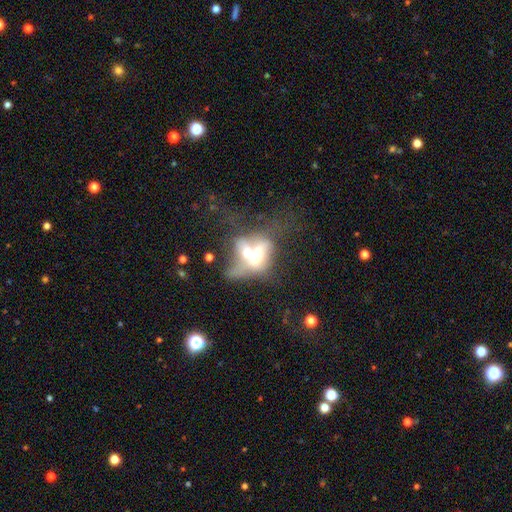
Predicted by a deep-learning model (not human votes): smooth 45%, featured or disk 44%, star or artifact 11%. Down the decision tree: merging — merger (70%).